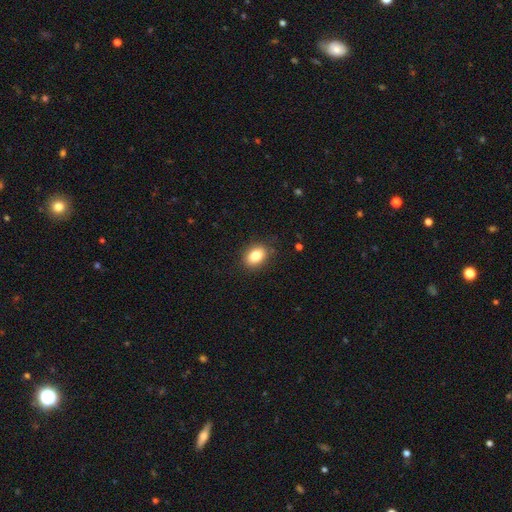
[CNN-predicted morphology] Q: Smooth or featured?
A: smooth (84%); runner-up: star or artifact (9%)
Q: How rounded?
A: in between (72%); runner-up: round (26%)
Q: Merging?
A: none (86%); runner-up: minor disturbance (10%)